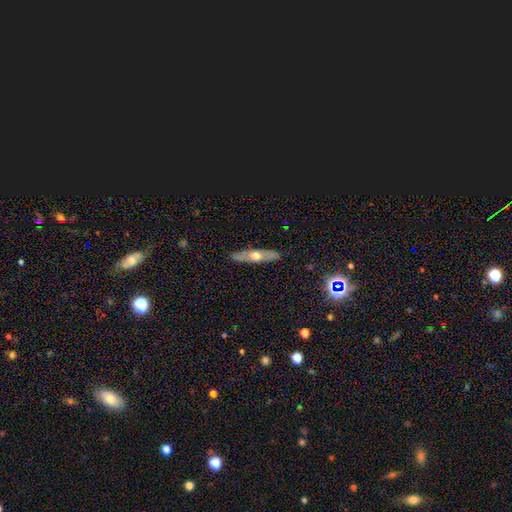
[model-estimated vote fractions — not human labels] A featured or disk galaxy (58%) viewed edge-on (68%). Merging: none (87%).